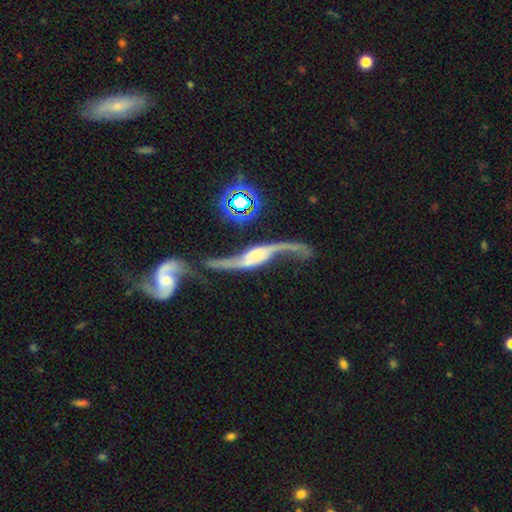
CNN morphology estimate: This is clearly a featured or disk galaxy (87%). It is clearly not viewed edge-on (84%). Bar: possibly no (47%). Spiral arm pattern: clearly yes (95%). Spiral arm count: clearly 2 (93%). Spiral winding: clearly loose (92%). Central bulge: marginally small (43%). Merging: marginally none (41%).